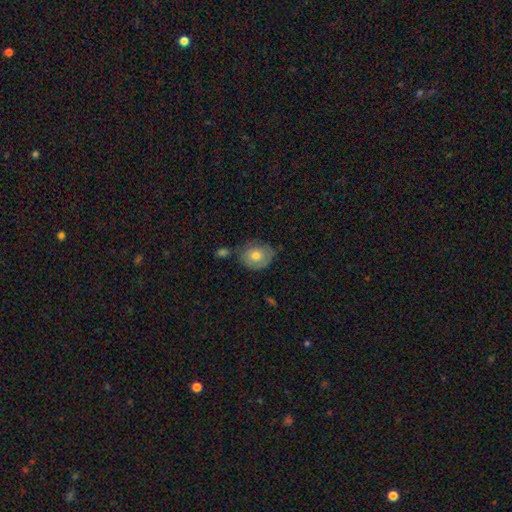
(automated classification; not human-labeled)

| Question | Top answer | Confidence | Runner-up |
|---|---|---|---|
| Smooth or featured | smooth | 63% | featured or disk (29%) |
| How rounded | round | 62% | in between (37%) |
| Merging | none | 59% | minor disturbance (25%) |